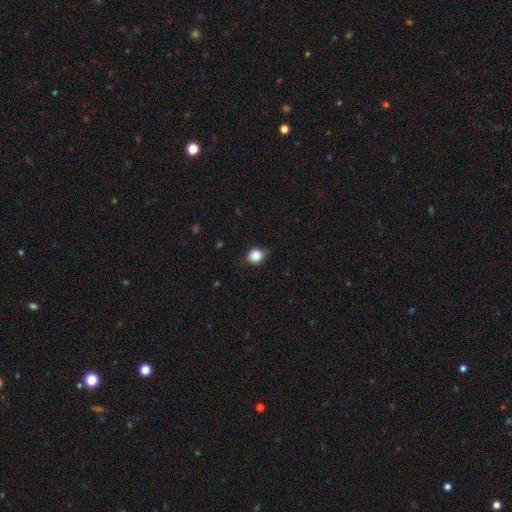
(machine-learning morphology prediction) Smooth or featured? smooth (85%)
How rounded? round (79%)
Merging? none (78%)